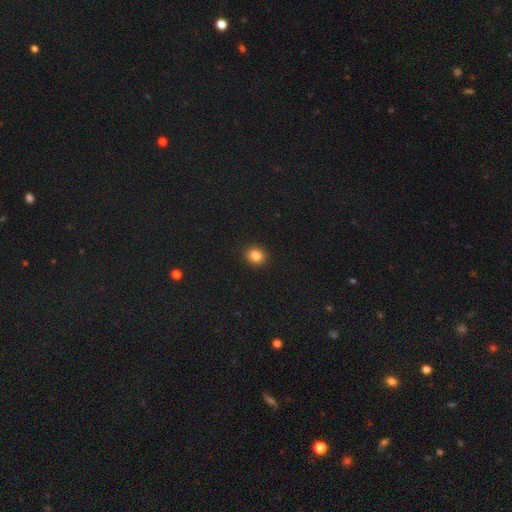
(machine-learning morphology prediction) Q: Smooth or featured?
A: smooth (84%); runner-up: star or artifact (11%)
Q: How rounded?
A: round (74%); runner-up: in between (25%)
Q: Merging?
A: none (92%); runner-up: minor disturbance (5%)